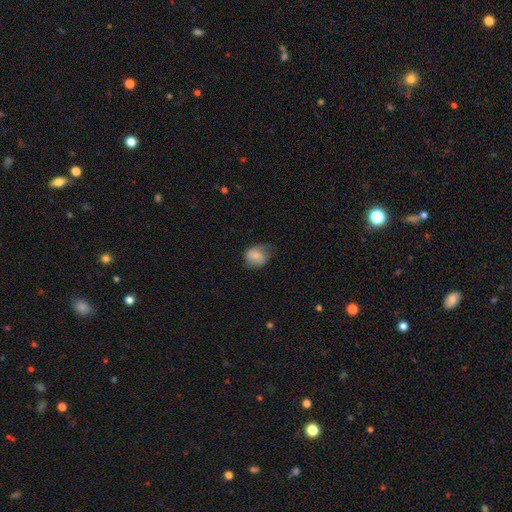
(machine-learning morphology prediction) The model was most divided on "how rounded": round: 55%, in between: 44%, cigar-shaped: 1%. More confident: smooth or featured — smooth (80%); merging — none (54%).